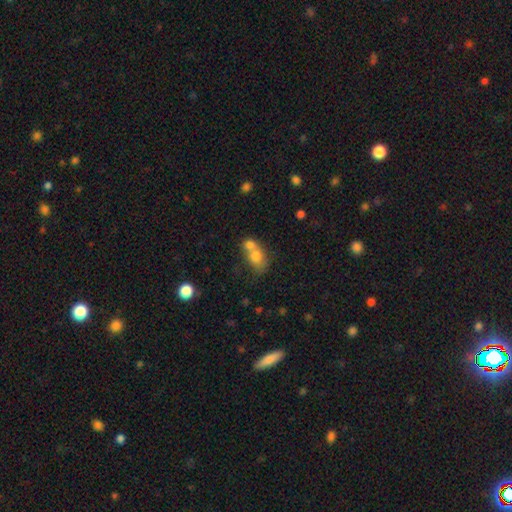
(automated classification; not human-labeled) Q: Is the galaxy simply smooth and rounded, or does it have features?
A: smooth — 72%.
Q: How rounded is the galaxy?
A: in between — 55%.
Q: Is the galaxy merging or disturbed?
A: merger — 67%.